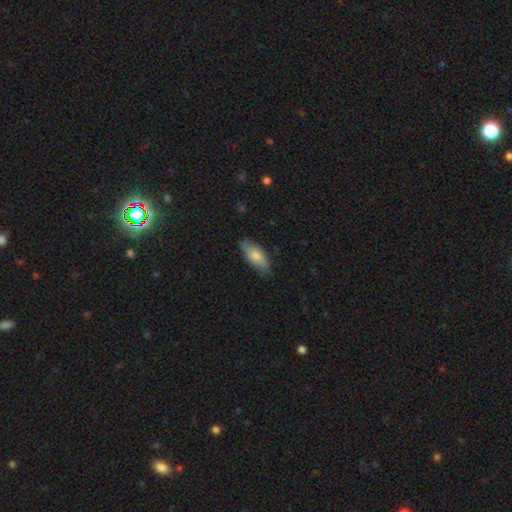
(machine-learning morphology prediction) smooth_or_featured: smooth (p=0.62) [alt: featured or disk p=0.31]
how_rounded: in between (p=0.85) [alt: cigar-shaped p=0.12]
merging: none (p=0.73) [alt: minor disturbance p=0.22]